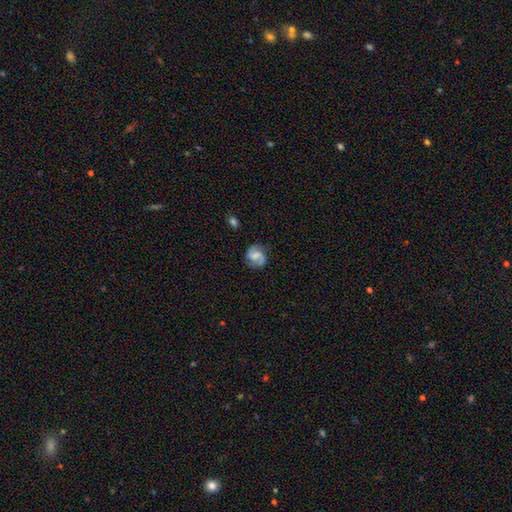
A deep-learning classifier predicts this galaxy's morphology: Q: Smooth or featured?
A: featured or disk (74%); runner-up: smooth (19%)
Q: Edge-on disk?
A: no (98%); runner-up: yes (2%)
Q: Bar?
A: weak (50%); runner-up: no (34%)
Q: Spiral arms?
A: yes (96%); runner-up: no (4%)
Q: Spiral winding?
A: medium (51%); runner-up: loose (28%)
Q: Spiral arm count?
A: 2 (90%); runner-up: can't tell (4%)
Q: Bulge size?
A: small (32%); runner-up: moderate (31%)
Q: Merging?
A: none (79%); runner-up: minor disturbance (15%)